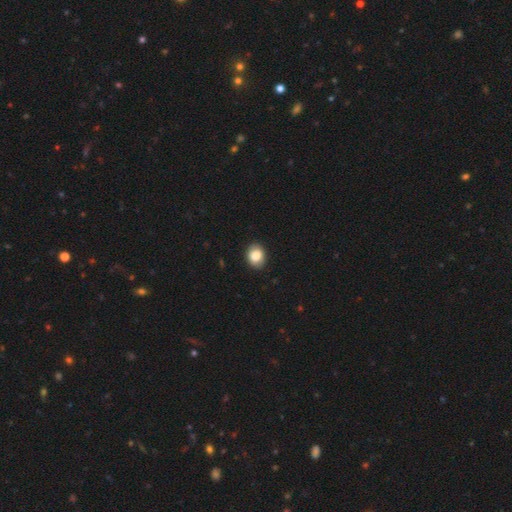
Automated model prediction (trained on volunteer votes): Smooth or featured: smooth — 86% (star or artifact — 8%)
How rounded: in between — 58% (round — 41%)
Merging: none — 88% (minor disturbance — 9%)